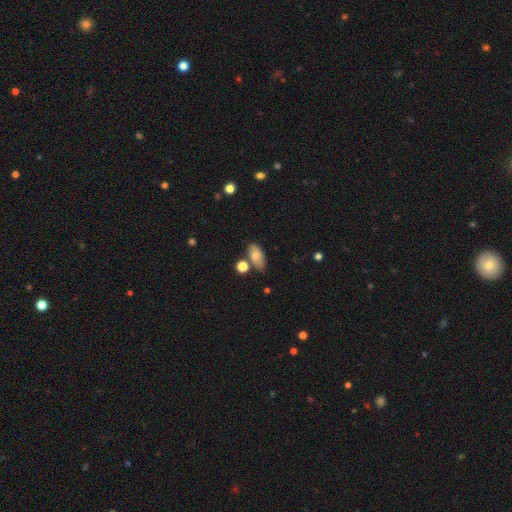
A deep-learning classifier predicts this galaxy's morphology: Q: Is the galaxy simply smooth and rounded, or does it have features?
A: smooth — 77%.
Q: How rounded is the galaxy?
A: in between — 86%.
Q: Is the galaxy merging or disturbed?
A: none — 66%.